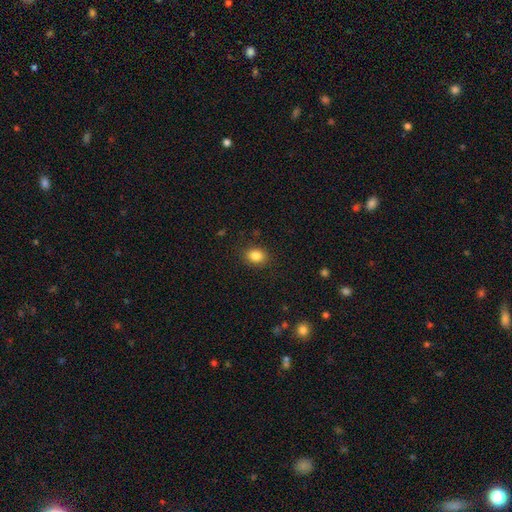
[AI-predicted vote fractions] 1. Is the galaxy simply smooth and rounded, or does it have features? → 85% smooth, 10% star or artifact, 5% featured or disk.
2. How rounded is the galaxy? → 58% in between, 41% round, 1% cigar-shaped.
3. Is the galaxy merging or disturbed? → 87% none, 9% minor disturbance, 3% major disturbance, 1% merger.